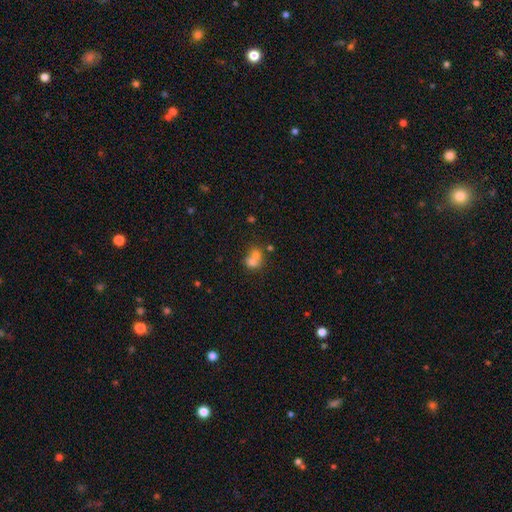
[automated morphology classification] Q: Smooth or featured?
A: smooth (69%); runner-up: featured or disk (18%)
Q: How rounded?
A: round (66%); runner-up: in between (33%)
Q: Merging?
A: merger (64%); runner-up: none (26%)